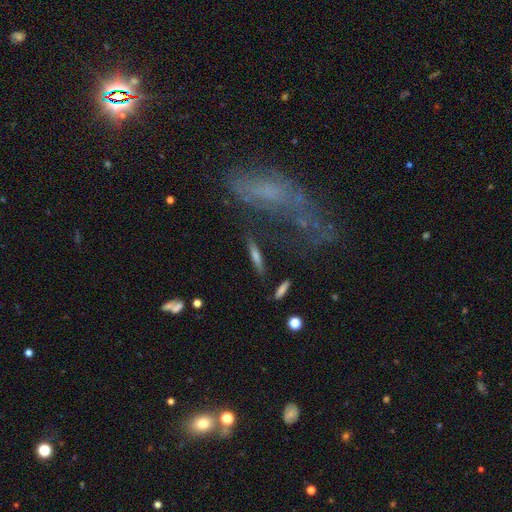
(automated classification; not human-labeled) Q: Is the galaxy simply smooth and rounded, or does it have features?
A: smooth — 51%.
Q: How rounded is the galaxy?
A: cigar-shaped — 78%.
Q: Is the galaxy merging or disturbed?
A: none — 79%.